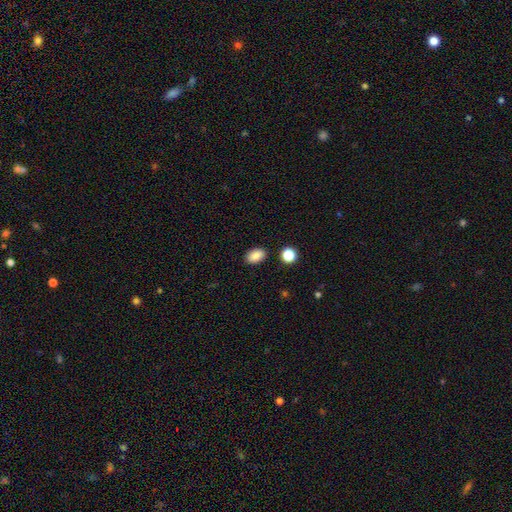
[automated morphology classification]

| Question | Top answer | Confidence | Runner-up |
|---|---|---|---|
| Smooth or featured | smooth | 86% | star or artifact (9%) |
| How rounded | in between | 85% | round (13%) |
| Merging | none | 87% | minor disturbance (9%) |